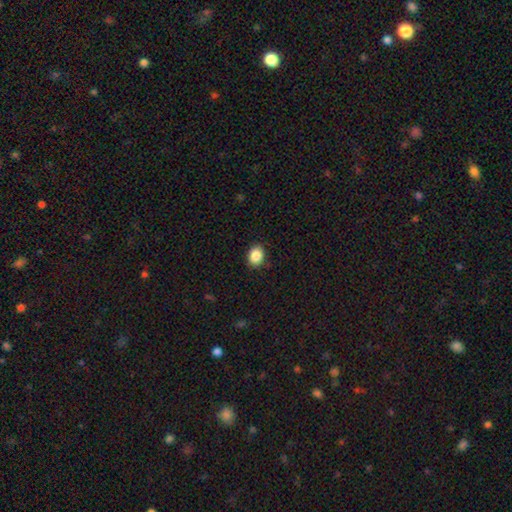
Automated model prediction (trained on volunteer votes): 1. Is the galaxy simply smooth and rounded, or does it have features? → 88% smooth, 8% star or artifact, 4% featured or disk.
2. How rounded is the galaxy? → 55% in between, 44% round, 1% cigar-shaped.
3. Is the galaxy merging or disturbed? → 88% none, 9% minor disturbance, 2% major disturbance, 1% merger.